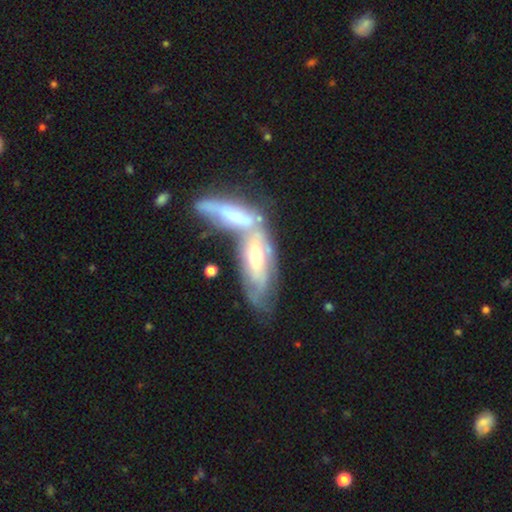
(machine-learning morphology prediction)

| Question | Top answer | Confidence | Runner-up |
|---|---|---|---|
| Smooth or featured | featured or disk | 56% | smooth (38%) |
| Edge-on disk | no | 70% | yes (30%) |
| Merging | merger | 60% | none (21%) |